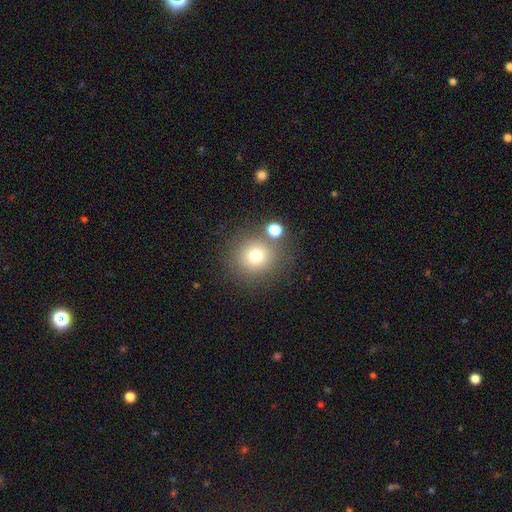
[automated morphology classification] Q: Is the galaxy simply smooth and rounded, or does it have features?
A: smooth — 74%.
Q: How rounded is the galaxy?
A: round — 93%.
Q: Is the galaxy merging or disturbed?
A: none — 77%.